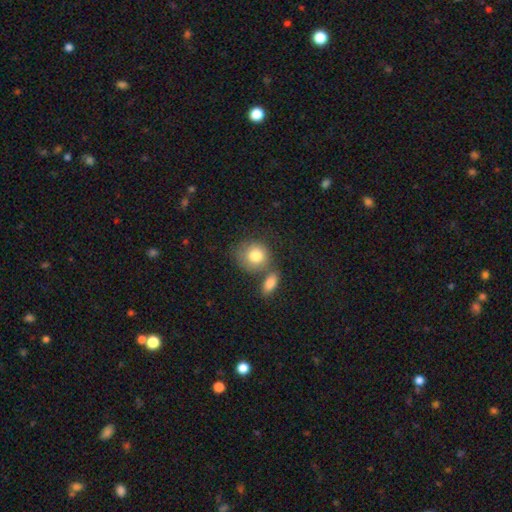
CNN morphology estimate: Overall: smooth (80%). How rounded: round (78%). Merging: none (50%; merger 29%).